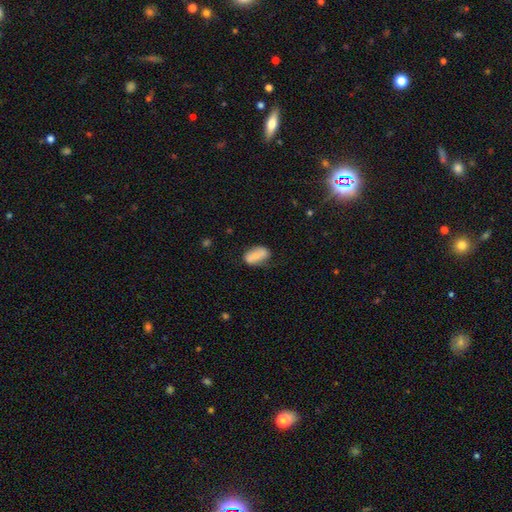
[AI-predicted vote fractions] Smooth or featured: smooth — 63% (featured or disk — 30%)
How rounded: in between — 89% (round — 7%)
Merging: none — 64% (minor disturbance — 24%)